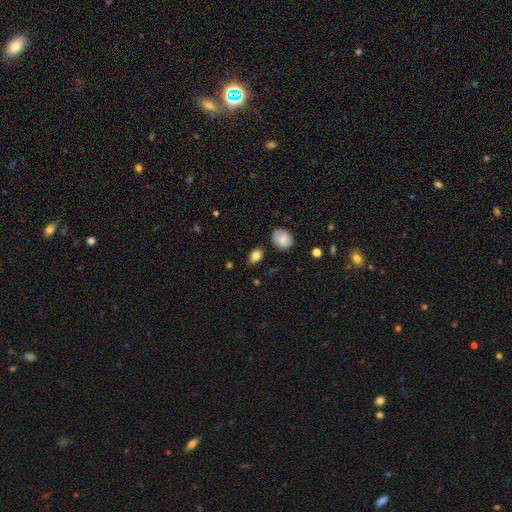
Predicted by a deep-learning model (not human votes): smooth 82%, star or artifact 9%, featured or disk 9%. Down the decision tree: how rounded — in between (80%); merging — none (80%).